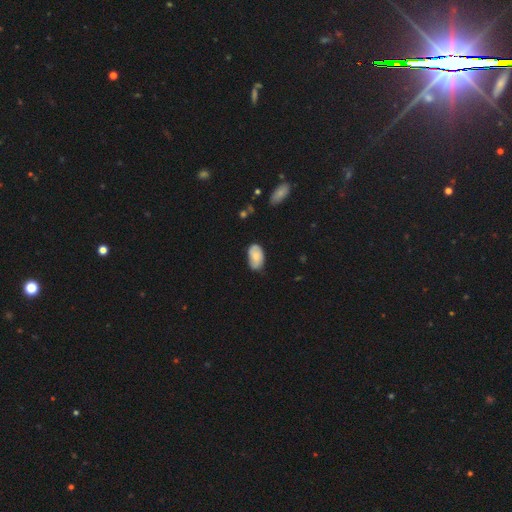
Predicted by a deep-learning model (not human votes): This appears to be a smooth galaxy with no disk features (73%) that is in between round and cigar-shaped (93%). Merging: none (68%).